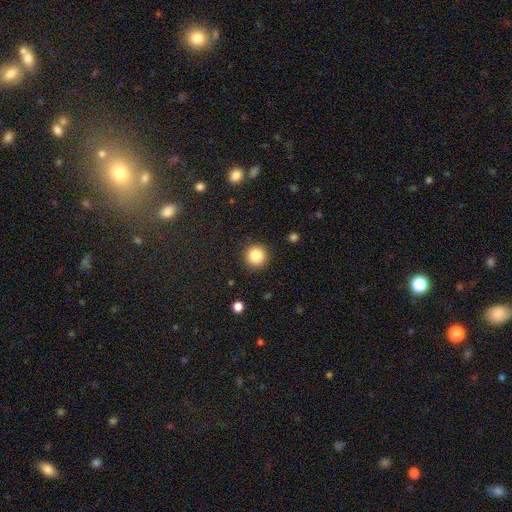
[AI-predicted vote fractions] Smooth or featured? smooth (85%)
How rounded? round (95%)
Merging? none (91%)